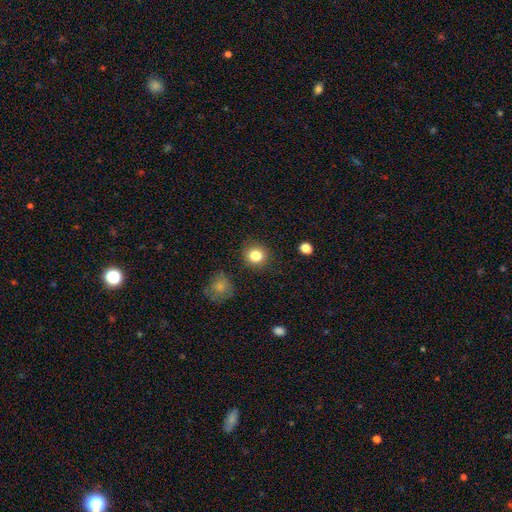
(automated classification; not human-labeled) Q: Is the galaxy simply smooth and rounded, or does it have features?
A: smooth — 83%.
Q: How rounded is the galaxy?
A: round — 85%.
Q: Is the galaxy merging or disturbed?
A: none — 87%.